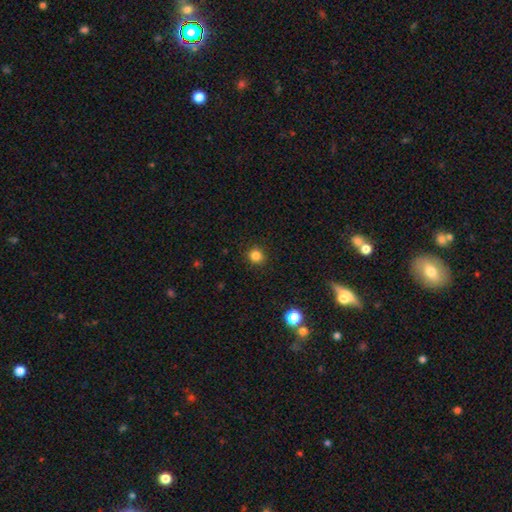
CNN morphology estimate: The model was most divided on "smooth or featured": smooth: 84%, star or artifact: 12%, featured or disk: 4%. More confident: merging — none (91%); how rounded — round (91%).